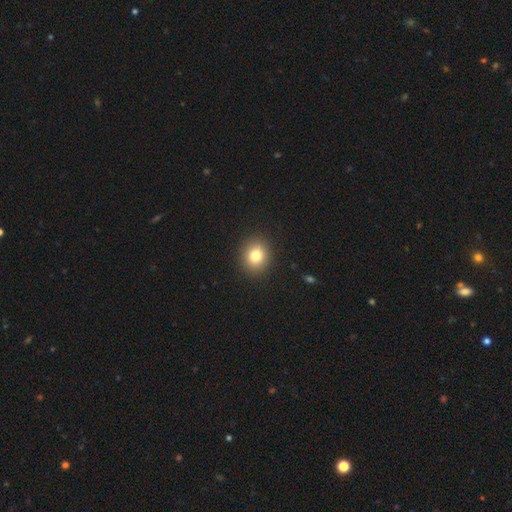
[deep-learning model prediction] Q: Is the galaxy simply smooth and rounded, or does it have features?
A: smooth — 81%.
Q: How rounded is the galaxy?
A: round — 75%.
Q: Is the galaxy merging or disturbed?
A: none — 91%.